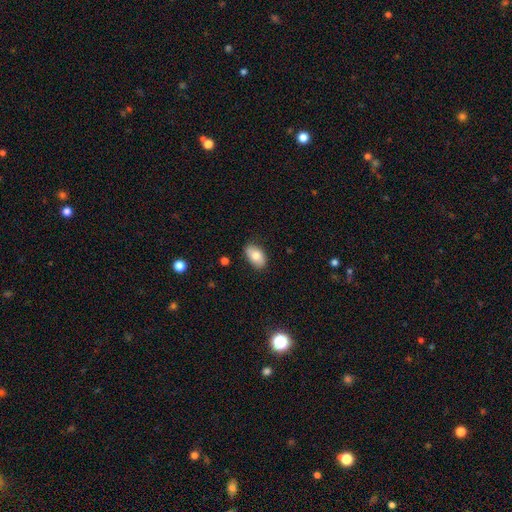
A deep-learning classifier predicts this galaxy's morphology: Q: Smooth or featured?
A: smooth (77%); runner-up: featured or disk (16%)
Q: How rounded?
A: in between (92%); runner-up: round (6%)
Q: Merging?
A: none (83%); runner-up: minor disturbance (13%)